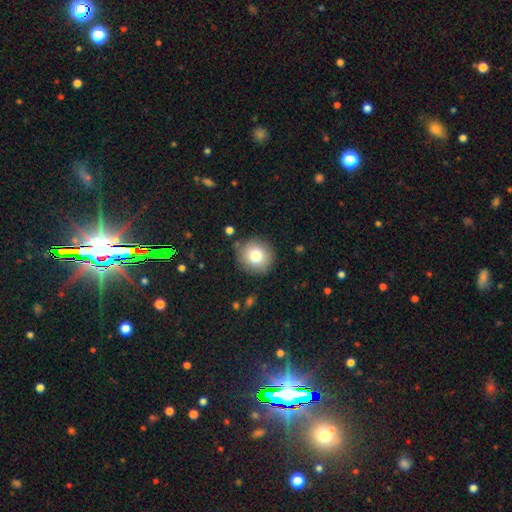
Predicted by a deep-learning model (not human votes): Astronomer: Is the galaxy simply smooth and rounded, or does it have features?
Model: smooth — 78%.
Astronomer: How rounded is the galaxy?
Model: round — 90%.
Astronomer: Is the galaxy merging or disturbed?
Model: none — 86%.